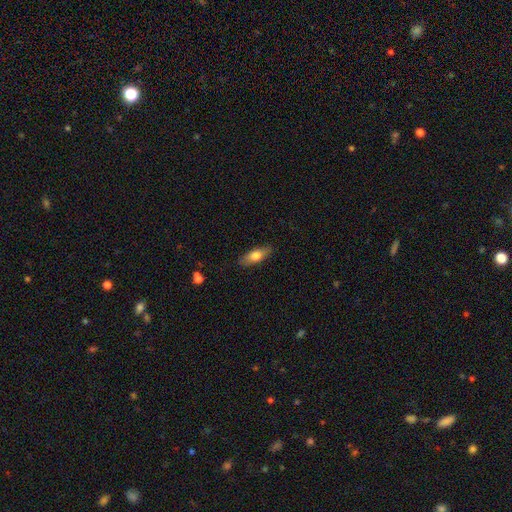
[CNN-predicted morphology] The model was most divided on "how rounded": in between: 70%, cigar-shaped: 27%, round: 3%. More confident: merging — none (86%); smooth or featured — smooth (73%).